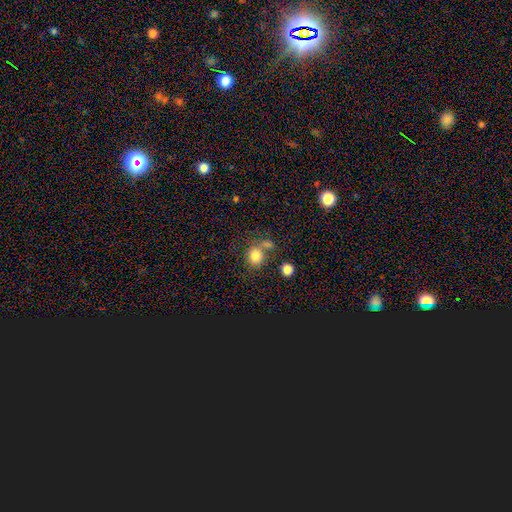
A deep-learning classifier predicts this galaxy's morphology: A smooth galaxy with no disk features (80%) that is round (77%).

Vote fractions:
- Smooth or featured? smooth: 80% / star or artifact: 11% / featured or disk: 8%
- How rounded? round: 77% / in between: 22% / cigar-shaped: 1%
- Merging? none: 53% / merger: 25% / minor disturbance: 13% / major disturbance: 8%